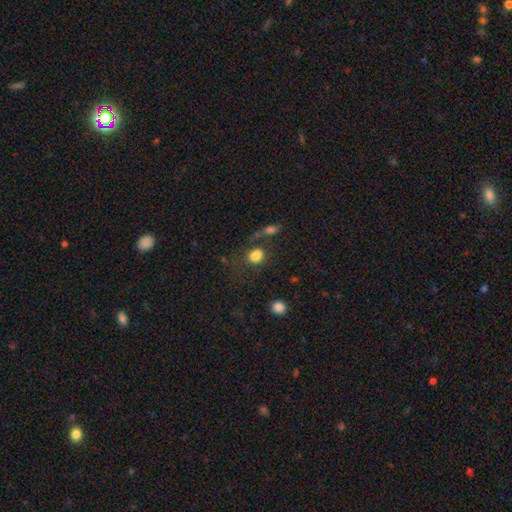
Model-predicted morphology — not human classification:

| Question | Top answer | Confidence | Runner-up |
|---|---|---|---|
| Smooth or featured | smooth | 82% | star or artifact (12%) |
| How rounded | round | 54% | in between (44%) |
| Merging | none | 60% | minor disturbance (16%) |